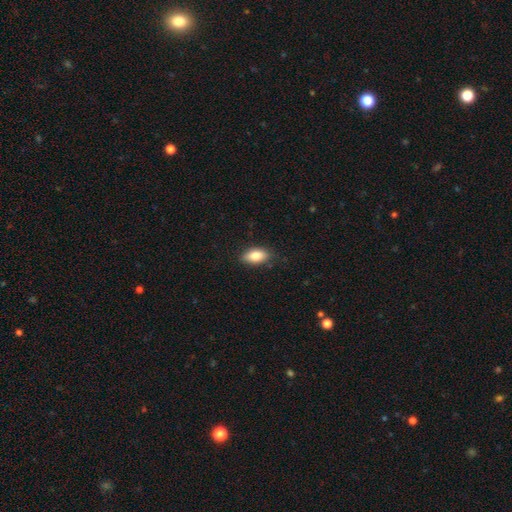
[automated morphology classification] Smooth or featured?
  - smooth: 82% *
  - featured or disk: 11%
  - star or artifact: 7%
How rounded?
  - in between: 89% *
  - cigar-shaped: 6%
  - round: 5%
Merging?
  - none: 81% *
  - minor disturbance: 15%
  - major disturbance: 3%
  - merger: 1%